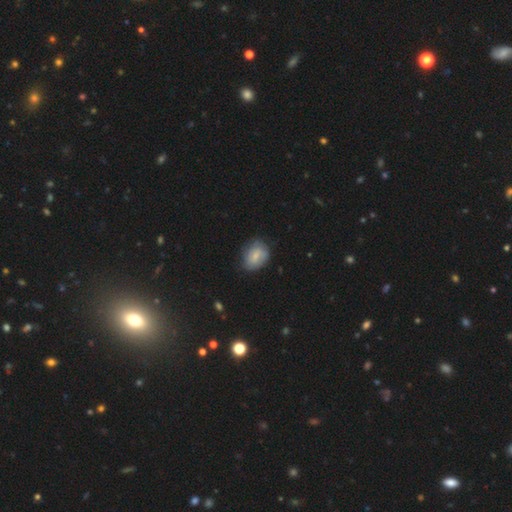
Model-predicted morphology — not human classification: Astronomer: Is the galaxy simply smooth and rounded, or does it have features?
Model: smooth — 65%.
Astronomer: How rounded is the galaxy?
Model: in between — 60% (runner-up: round, 39%).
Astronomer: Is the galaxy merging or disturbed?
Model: none — 65%.